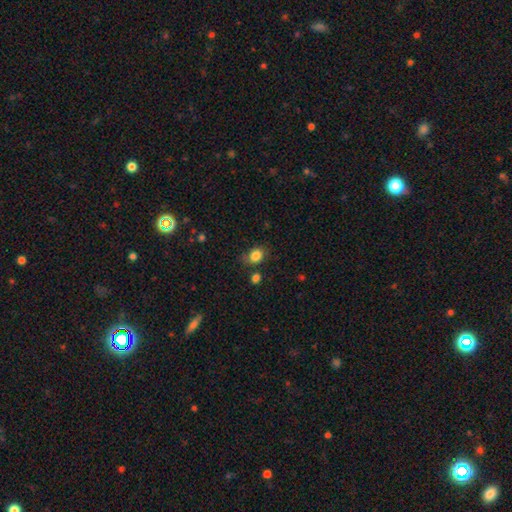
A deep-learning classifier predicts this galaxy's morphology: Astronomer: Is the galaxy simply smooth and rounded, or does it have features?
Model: smooth — 84%.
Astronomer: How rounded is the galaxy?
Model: in between — 55% (runner-up: round, 44%).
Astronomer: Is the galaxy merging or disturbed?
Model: none — 71%.